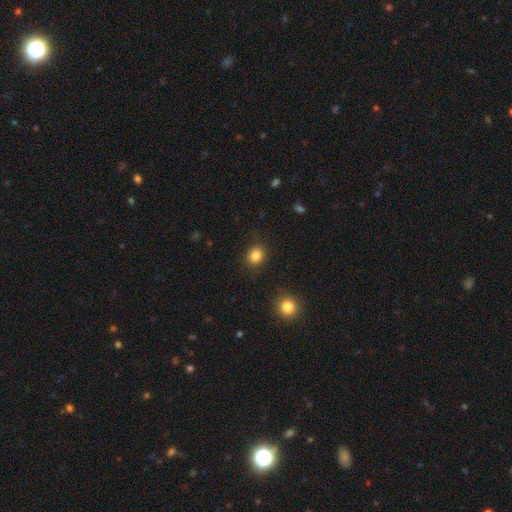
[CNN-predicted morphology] A smooth galaxy with no disk features (84%) that is round (66%). Merging: none (87%).